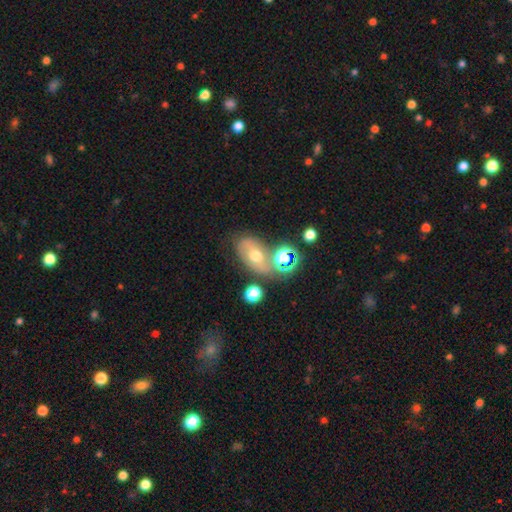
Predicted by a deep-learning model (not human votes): The model was most divided on "smooth or featured": smooth: 40%, featured or disk: 39%, star or artifact: 21%. More confident: merging — none (58%).